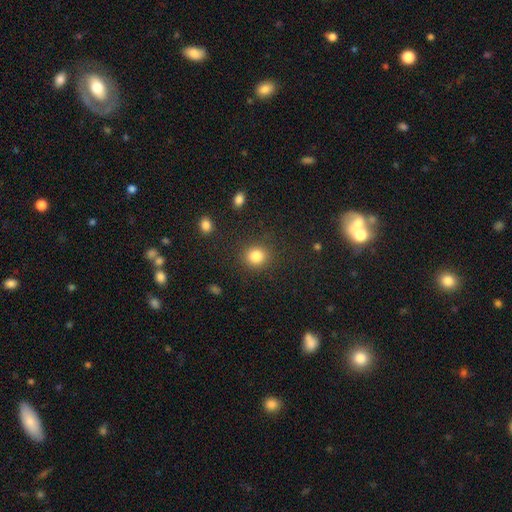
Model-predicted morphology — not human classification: Smooth or featured? Predicted: smooth (p=0.84). How rounded? Predicted: round (p=0.83). Merging? Predicted: none (p=0.87).